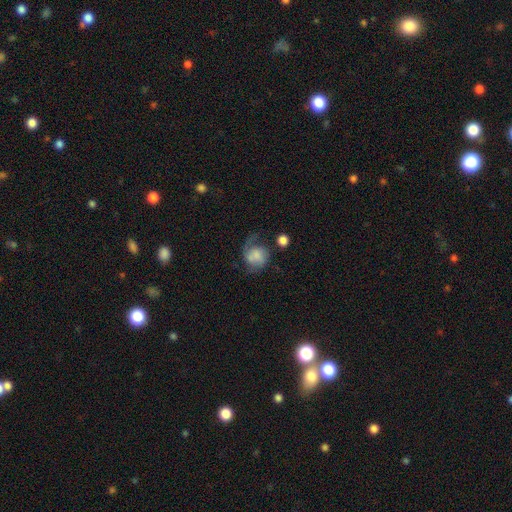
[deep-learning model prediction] Smooth or featured? Predicted: smooth (p=0.46). Merging? Predicted: none (p=0.36).